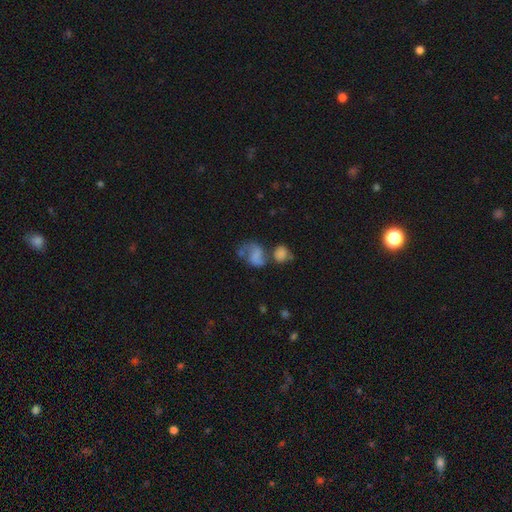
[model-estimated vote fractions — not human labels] Overall: smooth (50%; featured or disk 38%). Merging: merger (36%; none 27%).